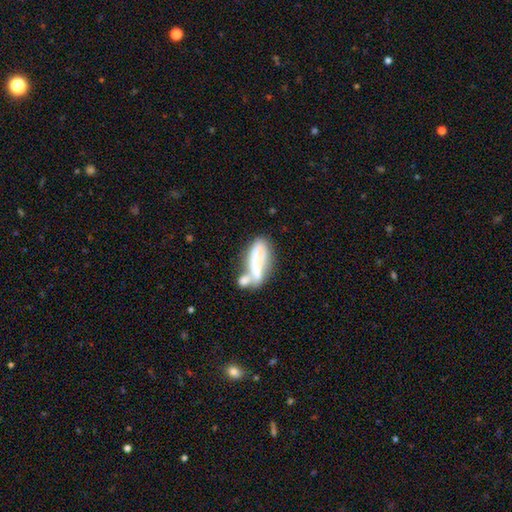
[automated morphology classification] This appears to be a smooth galaxy with no disk features (47%). Merging: merger (55%).